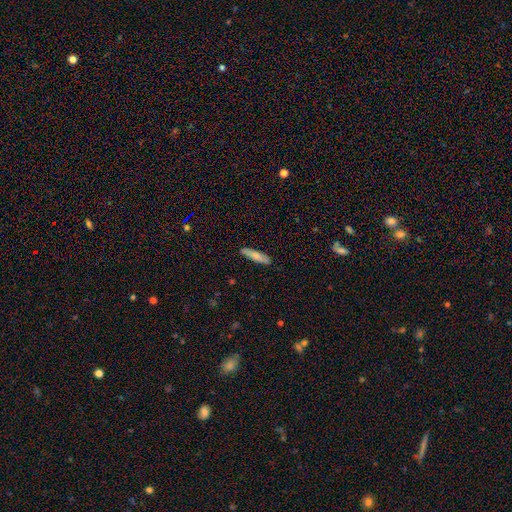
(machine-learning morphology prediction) Smooth or featured? Predicted: smooth (p=0.77). How rounded? Predicted: cigar-shaped (p=0.83). Merging? Predicted: none (p=0.86).